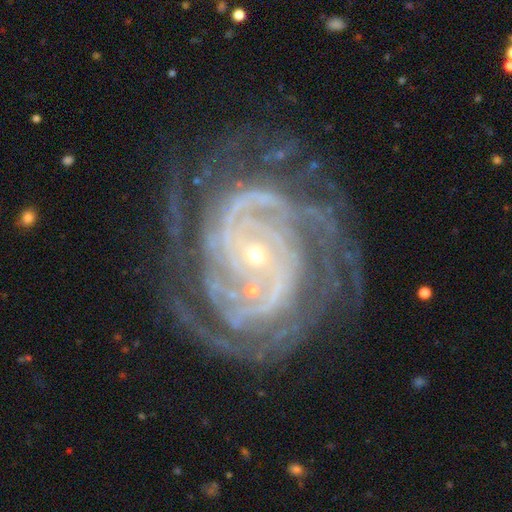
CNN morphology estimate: The model was most divided on "spiral arm count": 2: 21%, 3: 20%, 4: 19%, can't tell: 18%, more than 4: 14%, 1: 8%. More confident: spiral arms — yes (98%); edge-on disk — no (97%); smooth or featured — featured or disk (91%); bulge size — small (82%); spiral winding — tight (74%); merging — none (68%); bar — no (61%).